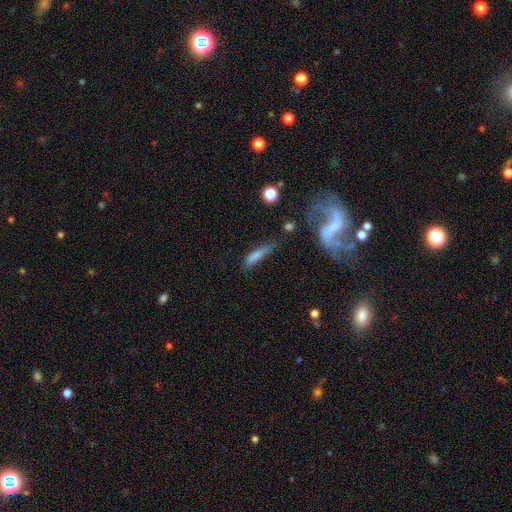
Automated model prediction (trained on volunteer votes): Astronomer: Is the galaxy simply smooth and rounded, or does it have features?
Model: smooth — 78%.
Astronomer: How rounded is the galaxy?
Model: cigar-shaped — 72%.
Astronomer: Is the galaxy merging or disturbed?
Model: none — 47% (runner-up: minor disturbance, 32%).